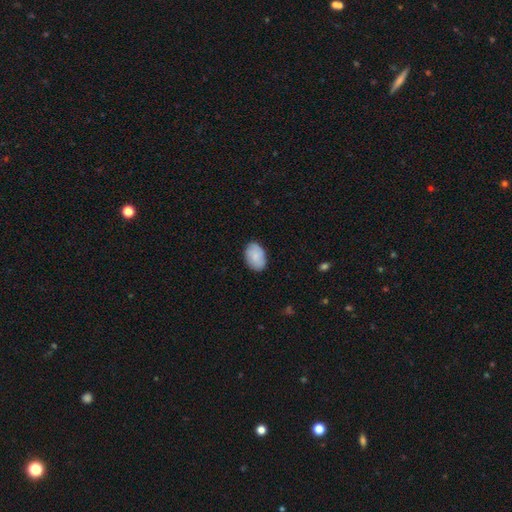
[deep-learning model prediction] A smooth galaxy with no disk features (81%) that is in between round and cigar-shaped (87%).

Vote fractions:
- Smooth or featured? smooth: 81% / featured or disk: 13% / star or artifact: 6%
- How rounded? in between: 87% / round: 12% / cigar-shaped: 1%
- Merging? none: 84% / minor disturbance: 13% / major disturbance: 2% / merger: 1%